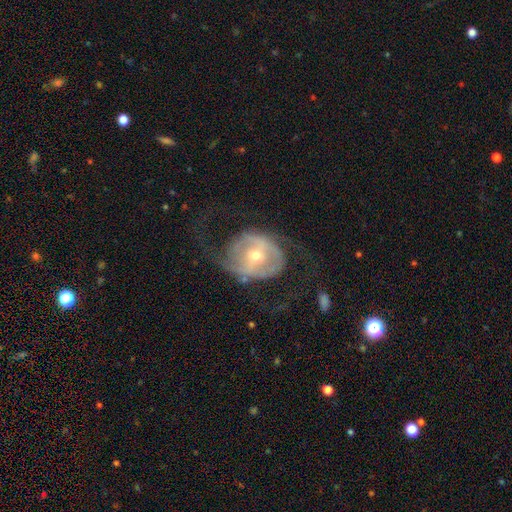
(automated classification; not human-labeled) Smooth or featured? Predicted: featured or disk (p=0.75). Edge-on disk? Predicted: no (p=0.95). Bar? Predicted: weak (p=0.34, tied with no). Spiral arms? Predicted: yes (p=0.68). Bulge size? Predicted: moderate (p=0.53). Merging? Predicted: none (p=0.47).